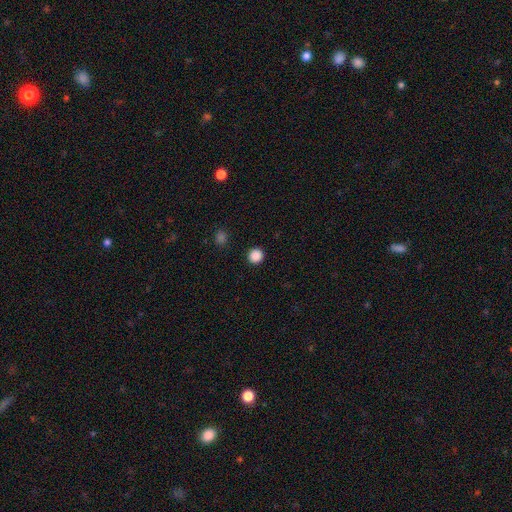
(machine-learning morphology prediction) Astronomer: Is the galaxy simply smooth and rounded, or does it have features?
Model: smooth — 87%.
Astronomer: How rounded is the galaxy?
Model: round — 94%.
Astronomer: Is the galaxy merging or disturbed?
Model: none — 93%.